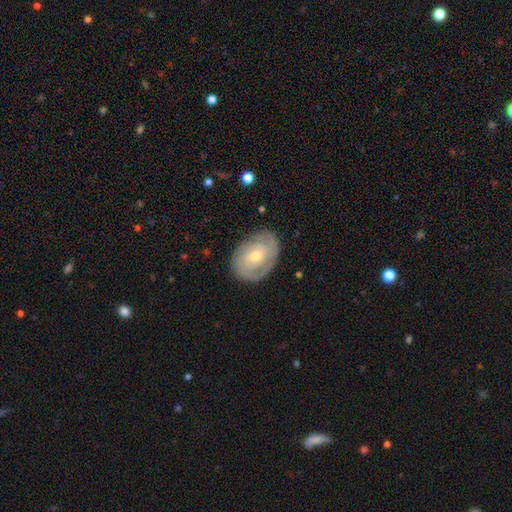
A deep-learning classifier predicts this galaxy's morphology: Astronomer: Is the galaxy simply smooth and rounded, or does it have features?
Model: featured or disk — 77%.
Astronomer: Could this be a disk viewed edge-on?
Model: no — 96%.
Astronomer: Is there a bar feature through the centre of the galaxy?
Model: no — 66%.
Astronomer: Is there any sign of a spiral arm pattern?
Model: yes — 88%.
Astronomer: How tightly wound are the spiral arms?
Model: tight — 73%.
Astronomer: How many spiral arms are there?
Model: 2 — 40% (runner-up: can't tell, 34%).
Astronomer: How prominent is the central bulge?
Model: small — 50% (runner-up: moderate, 46%).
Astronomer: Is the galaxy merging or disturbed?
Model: none — 80%.